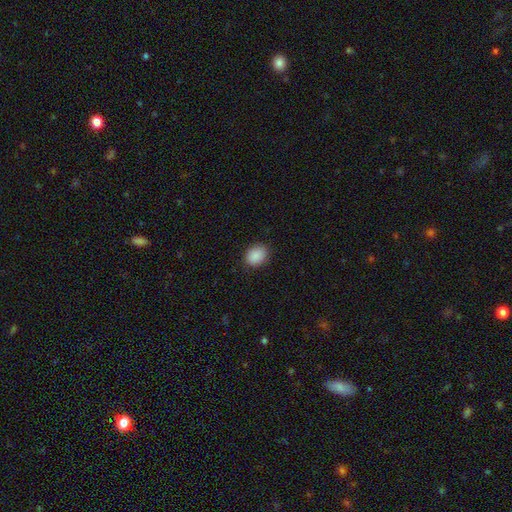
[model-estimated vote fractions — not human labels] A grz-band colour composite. It shows a smooth galaxy with no disk features (89%) that is round (50%). Merging: none (87%).